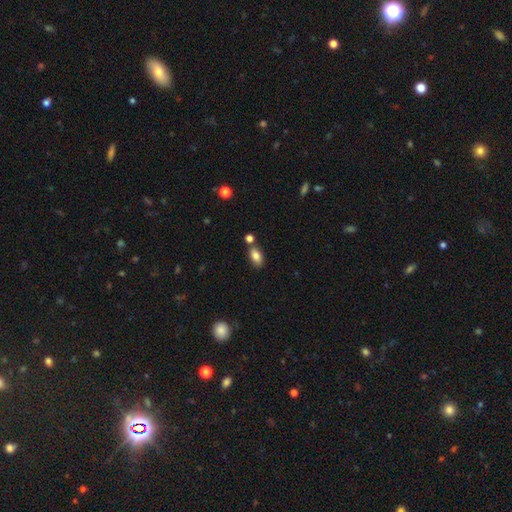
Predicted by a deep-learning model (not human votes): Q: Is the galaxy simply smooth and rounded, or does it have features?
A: smooth — 83%.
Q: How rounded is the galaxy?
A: in between — 90%.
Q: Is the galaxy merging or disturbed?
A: none — 71%.